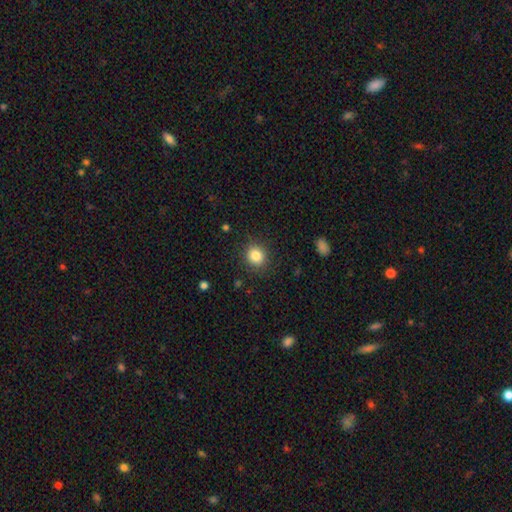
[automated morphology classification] smooth 84%, star or artifact 11%, featured or disk 6%. Down the decision tree: how rounded — round (85%); merging — none (88%).